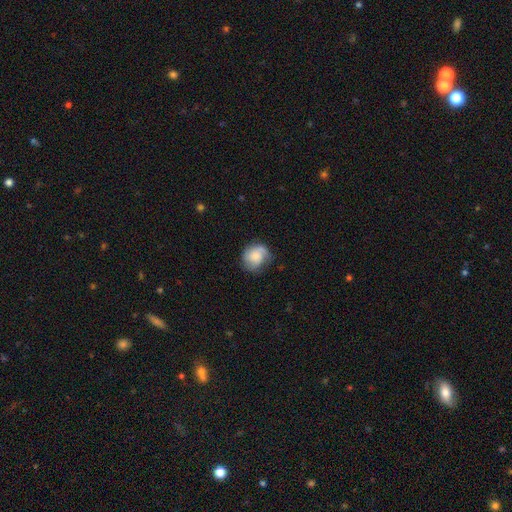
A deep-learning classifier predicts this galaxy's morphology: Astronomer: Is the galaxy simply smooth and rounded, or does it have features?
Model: smooth — 52% (runner-up: featured or disk, 40%).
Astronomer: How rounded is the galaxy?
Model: round — 74%.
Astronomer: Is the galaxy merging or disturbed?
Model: none — 65%.